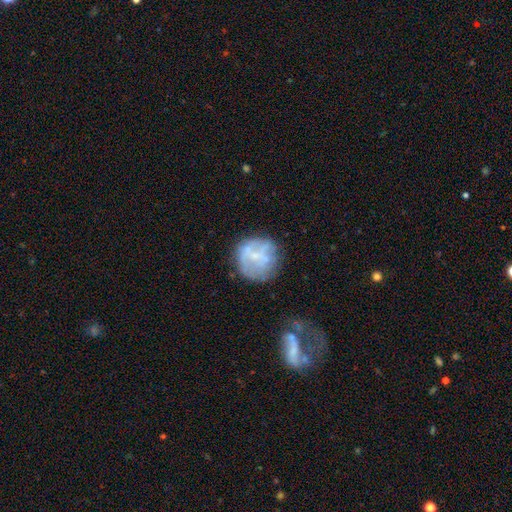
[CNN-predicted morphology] type=featured or disk (47%); merging=none (61%).